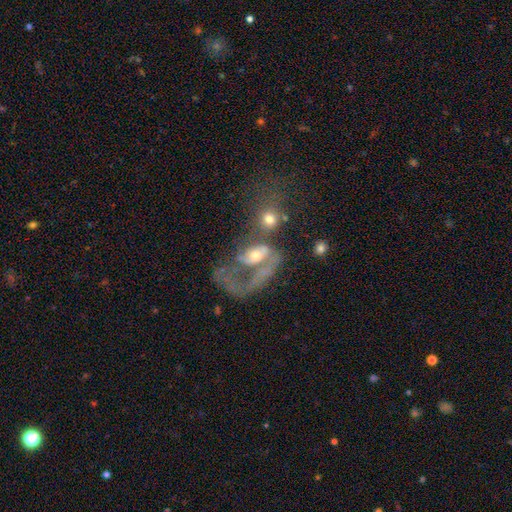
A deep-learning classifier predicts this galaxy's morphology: Smooth or featured? Predicted: featured or disk (p=0.59). Edge-on disk? Predicted: no (p=0.95). Bar? Predicted: no (p=0.63). Spiral arms? Predicted: yes (p=0.61). Bulge size? Predicted: moderate (p=0.57). Merging? Predicted: merger (p=0.41).